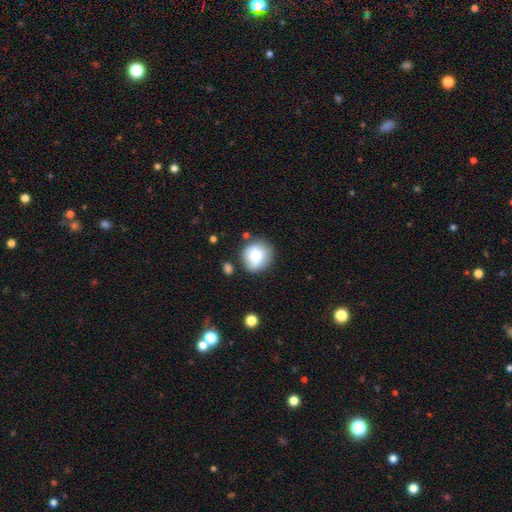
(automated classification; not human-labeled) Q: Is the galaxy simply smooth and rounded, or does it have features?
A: smooth — 78%.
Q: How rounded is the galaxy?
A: round — 88%.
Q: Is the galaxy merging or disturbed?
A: none — 77%.